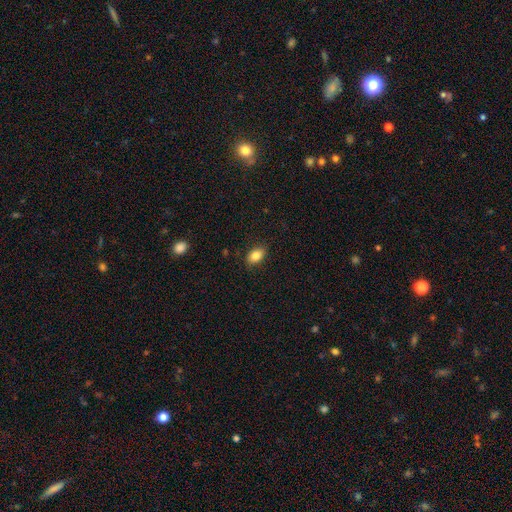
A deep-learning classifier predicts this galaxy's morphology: Smooth or featured: smooth — 85% (star or artifact — 8%)
How rounded: in between — 87% (round — 11%)
Merging: none — 86% (minor disturbance — 11%)